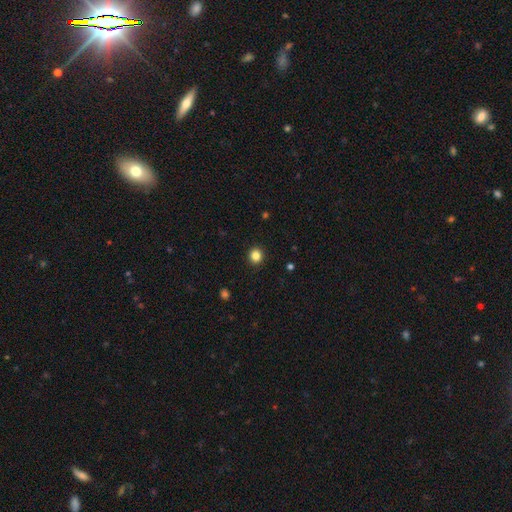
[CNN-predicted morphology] A smooth galaxy with no disk features (84%) that is round (89%). Merging: none (92%).